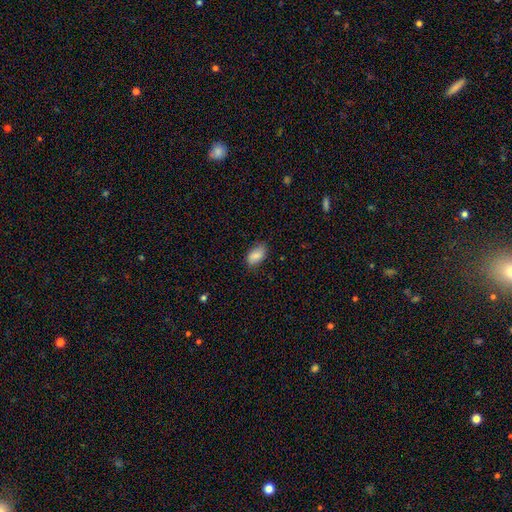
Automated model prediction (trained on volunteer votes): A smooth galaxy with no disk features (85%) that is in between round and cigar-shaped (93%). Merging: none (77%).